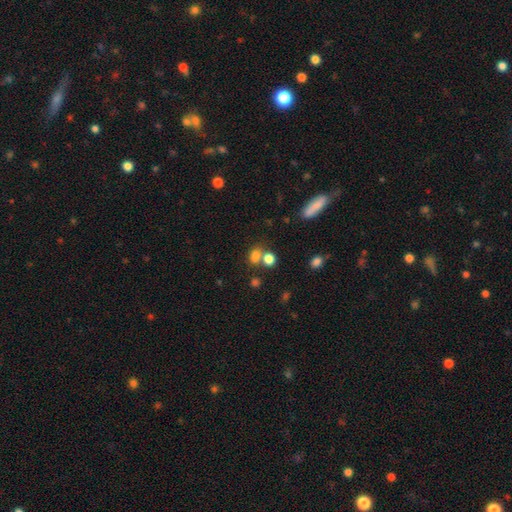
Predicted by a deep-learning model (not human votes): Smooth or featured?
  - smooth: 73% *
  - star or artifact: 18%
  - featured or disk: 9%
How rounded?
  - in between: 49% * (tied)
  - round: 49% * (tied)
  - cigar-shaped: 2%
Merging?
  - none: 44% *
  - merger: 41%
  - minor disturbance: 10%
  - major disturbance: 5%